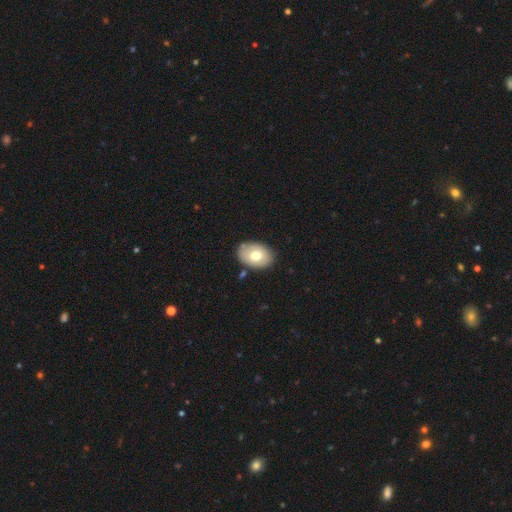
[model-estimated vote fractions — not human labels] Smooth or featured?
  - smooth: 69% *
  - featured or disk: 24%
  - star or artifact: 7%
How rounded?
  - in between: 82% *
  - round: 18%
  - cigar-shaped: 1%
Merging?
  - none: 82% *
  - minor disturbance: 12%
  - merger: 3%
  - major disturbance: 3%